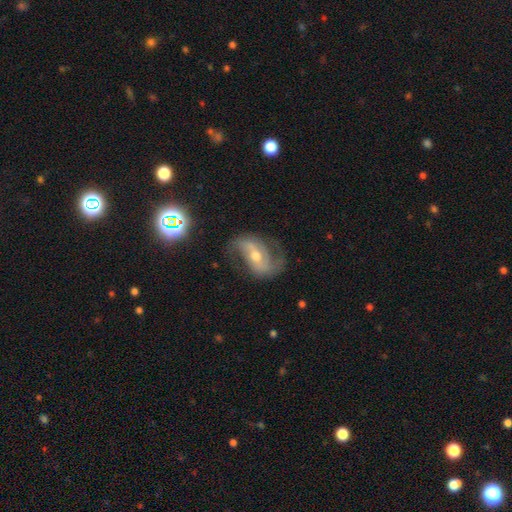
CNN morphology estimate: The model was most divided on "spiral winding": medium: 44%, loose: 42%, tight: 15%. Remaining: edge-on disk — no (96%); spiral arms — yes (95%); spiral arm count — 2 (88%); smooth or featured — featured or disk (84%); merging — none (68%); bulge size — moderate (60%); bar — weak (41%).